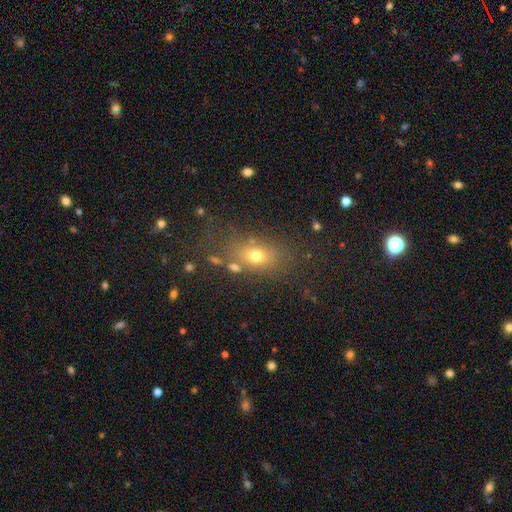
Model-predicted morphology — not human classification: The model was most divided on "how rounded": in between: 72%, round: 24%, cigar-shaped: 4%. More confident: merging — none (69%); smooth or featured — smooth (69%).